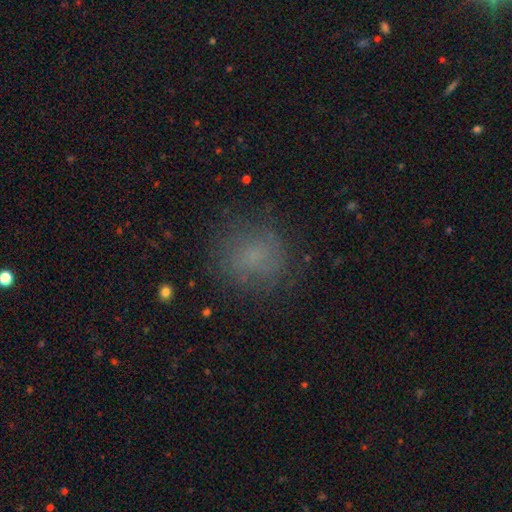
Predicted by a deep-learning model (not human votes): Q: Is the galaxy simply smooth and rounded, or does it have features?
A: smooth — 67%.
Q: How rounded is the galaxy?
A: round — 80%.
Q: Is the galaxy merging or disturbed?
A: none — 75%.